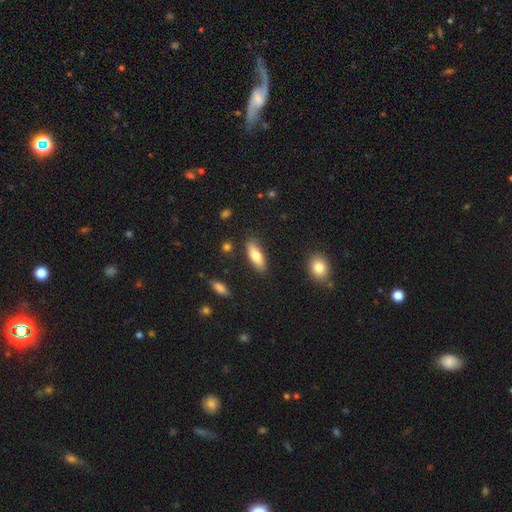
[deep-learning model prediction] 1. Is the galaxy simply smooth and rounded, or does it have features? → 75% smooth, 19% featured or disk, 6% star or artifact.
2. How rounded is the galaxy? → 63% in between, 35% cigar-shaped, 2% round.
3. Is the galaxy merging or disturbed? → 85% none, 11% minor disturbance, 2% major disturbance, 2% merger.